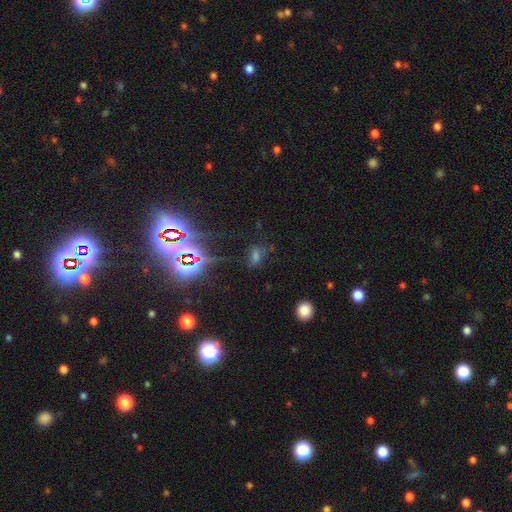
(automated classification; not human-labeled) Morphology: type=star or artifact (48%).